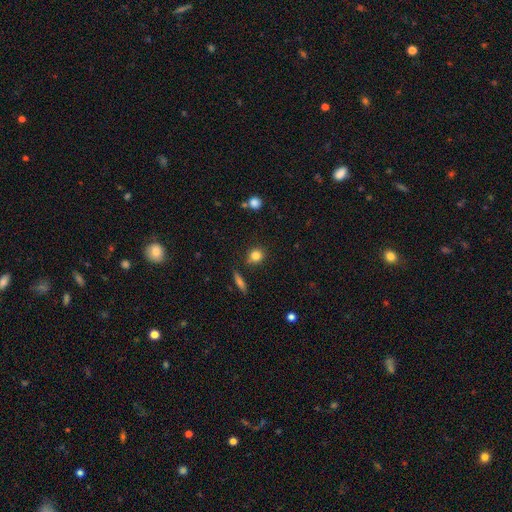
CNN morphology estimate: smooth_or_featured: smooth (p=0.82) [alt: star or artifact p=0.11]
how_rounded: round (p=0.81) [alt: in between p=0.17]
merging: none (p=0.82) [alt: minor disturbance p=0.11]